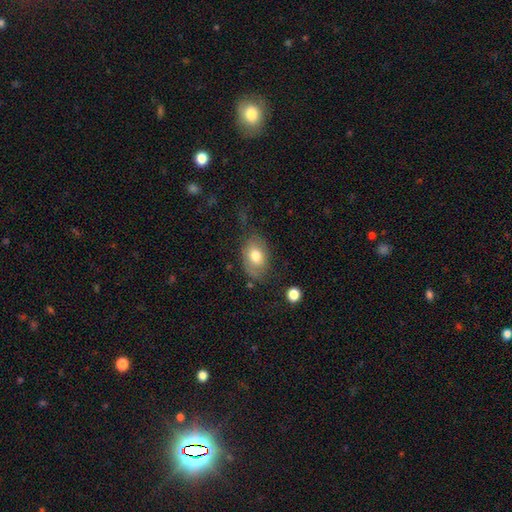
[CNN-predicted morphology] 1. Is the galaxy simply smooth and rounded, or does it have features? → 73% smooth, 19% featured or disk, 8% star or artifact.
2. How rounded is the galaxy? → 82% in between, 17% round, 1% cigar-shaped.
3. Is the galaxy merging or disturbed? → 61% none, 25% minor disturbance, 12% major disturbance, 3% merger.